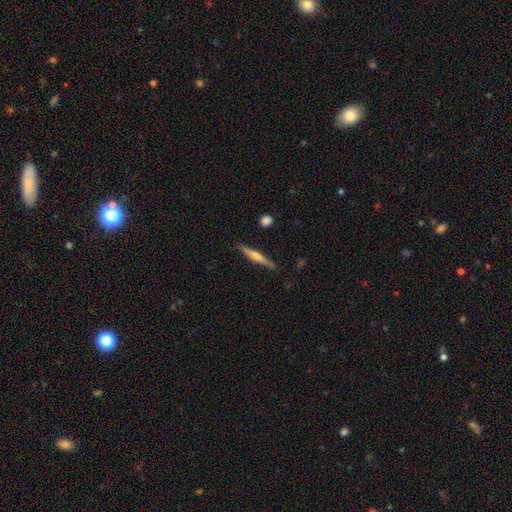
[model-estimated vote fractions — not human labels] A featured or disk galaxy (65%) viewed edge-on (98%) with a rounded central bulge (79%). Merging: none (89%).